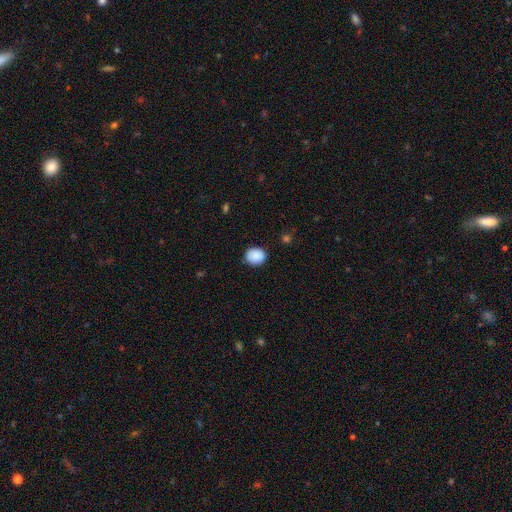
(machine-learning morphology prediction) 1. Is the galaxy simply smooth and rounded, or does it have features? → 88% smooth, 7% star or artifact, 5% featured or disk.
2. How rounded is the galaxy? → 69% round, 31% in between, 1% cigar-shaped.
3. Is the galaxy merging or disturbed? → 86% none, 11% minor disturbance, 2% major disturbance, 1% merger.